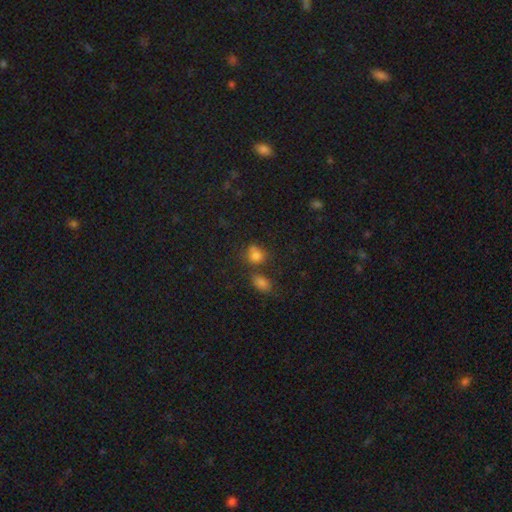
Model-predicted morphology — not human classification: A smooth galaxy with no disk features (75%) that is round (61%).

Vote fractions:
- Smooth or featured? smooth: 75% / star or artifact: 16% / featured or disk: 9%
- How rounded? round: 61% / in between: 37% / cigar-shaped: 2%
- Merging? none: 49% / merger: 30% / minor disturbance: 15% / major disturbance: 6%